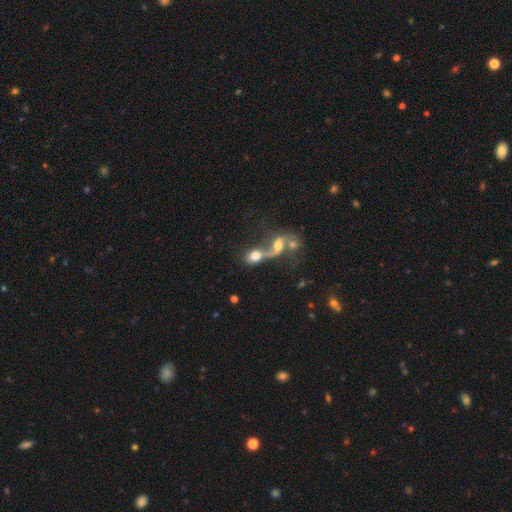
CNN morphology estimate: Smooth or featured: smooth — 56% (featured or disk — 32%)
How rounded: in between — 60% (round — 36%)
Merging: merger — 71% (none — 15%)